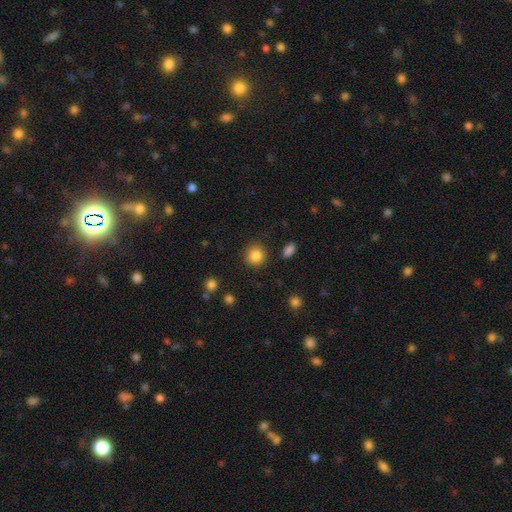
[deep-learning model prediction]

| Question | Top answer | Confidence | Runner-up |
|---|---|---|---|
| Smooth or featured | smooth | 86% | star or artifact (10%) |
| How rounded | round | 89% | in between (10%) |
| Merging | none | 88% | minor disturbance (7%) |